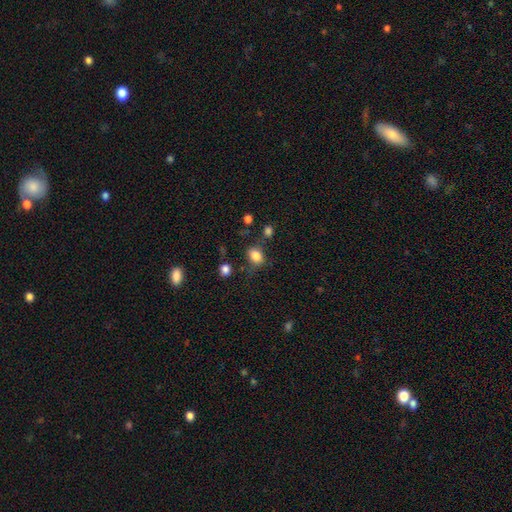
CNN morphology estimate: This appears to be a smooth galaxy with no disk features (83%) that is in between round and cigar-shaped (67%). Merging: none (70%).